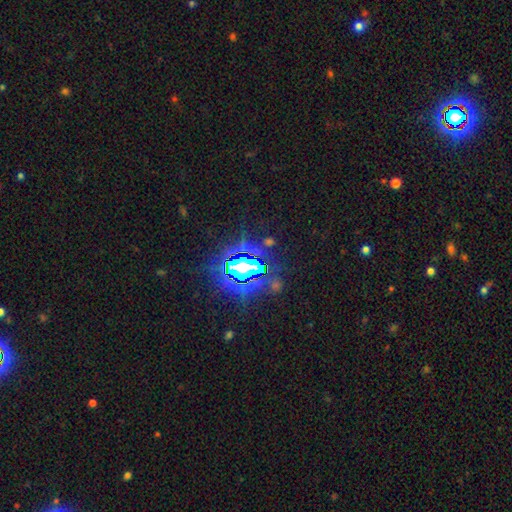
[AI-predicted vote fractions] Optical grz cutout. It shows a star or artifact, not a galaxy (82%).